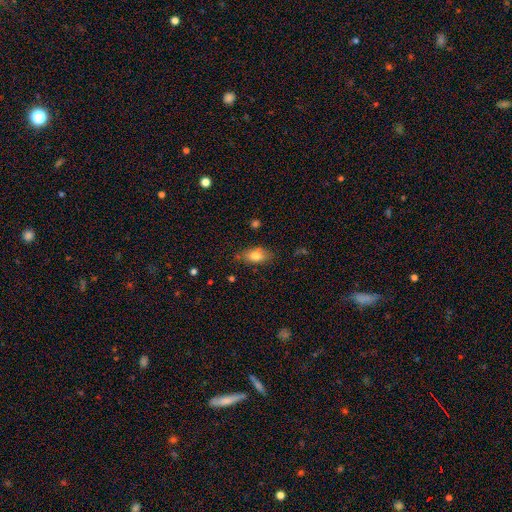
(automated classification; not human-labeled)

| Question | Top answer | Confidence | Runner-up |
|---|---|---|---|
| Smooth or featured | smooth | 79% | featured or disk (13%) |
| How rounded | in between | 87% | round (8%) |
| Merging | none | 77% | minor disturbance (17%) |